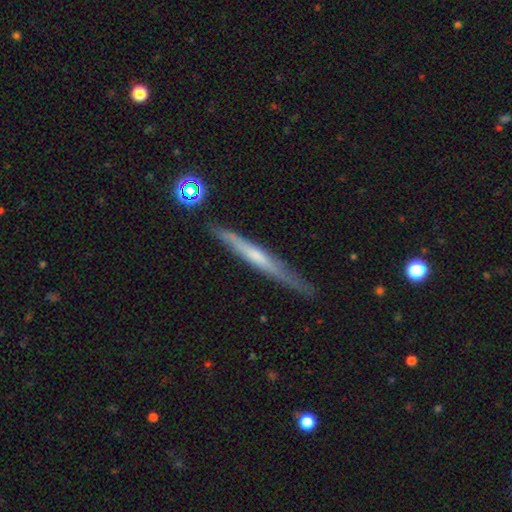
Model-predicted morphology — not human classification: A featured or disk galaxy (55%) viewed edge-on (95%) with no central bulge (62%). Merging: none (82%).